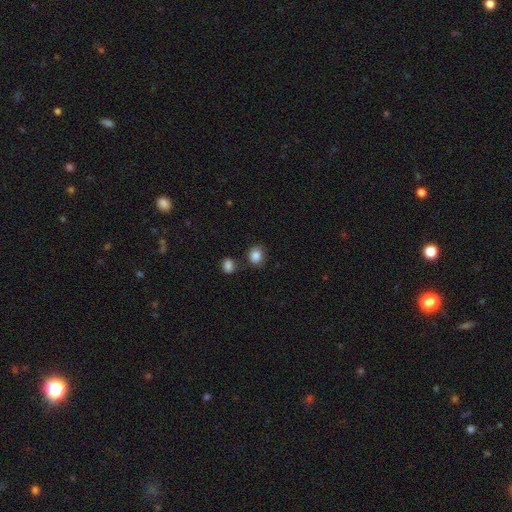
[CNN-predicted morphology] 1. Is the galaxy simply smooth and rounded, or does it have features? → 86% smooth, 9% star or artifact, 5% featured or disk.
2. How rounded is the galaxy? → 72% round, 27% in between, 1% cigar-shaped.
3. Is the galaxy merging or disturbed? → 76% none, 13% minor disturbance, 7% merger, 3% major disturbance.